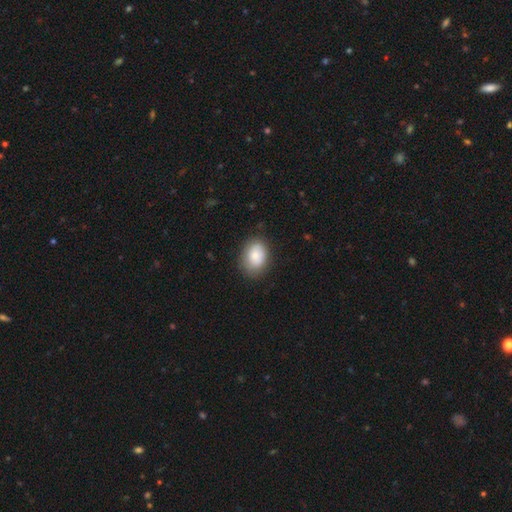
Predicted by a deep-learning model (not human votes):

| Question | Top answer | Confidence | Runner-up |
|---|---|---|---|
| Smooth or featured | smooth | 80% | featured or disk (13%) |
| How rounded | in between | 73% | round (26%) |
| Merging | none | 77% | minor disturbance (17%) |